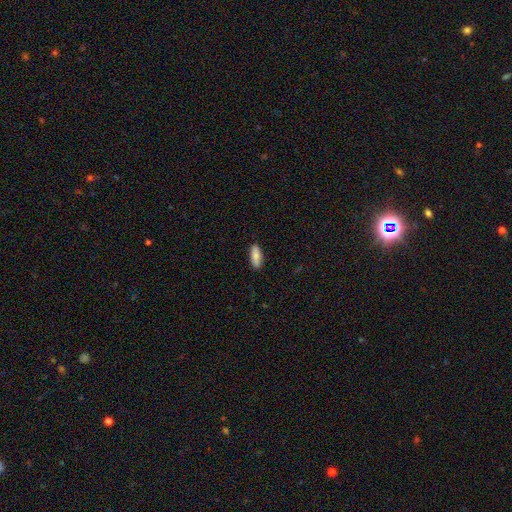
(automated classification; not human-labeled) This appears to be a smooth galaxy with no disk features (84%) that is in between round and cigar-shaped (75%). Merging: none (89%).